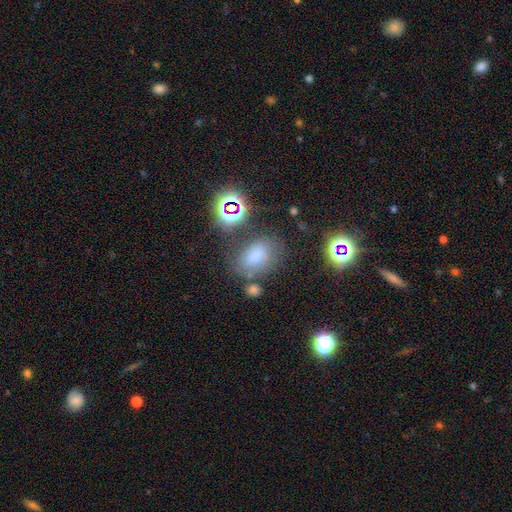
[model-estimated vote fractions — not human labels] smooth 67%, star or artifact 19%, featured or disk 14%. Down the decision tree: how rounded — in between (82%); merging — none (60%).